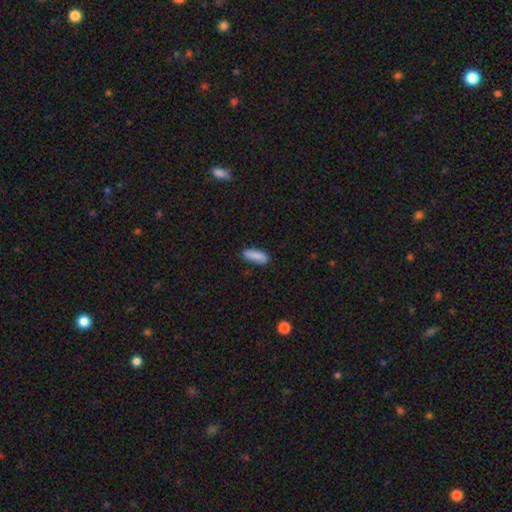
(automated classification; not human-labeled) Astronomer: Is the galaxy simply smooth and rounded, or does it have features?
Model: smooth — 87%.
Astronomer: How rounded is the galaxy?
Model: in between — 59% (runner-up: cigar-shaped, 39%).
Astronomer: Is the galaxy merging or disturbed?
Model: none — 79%.